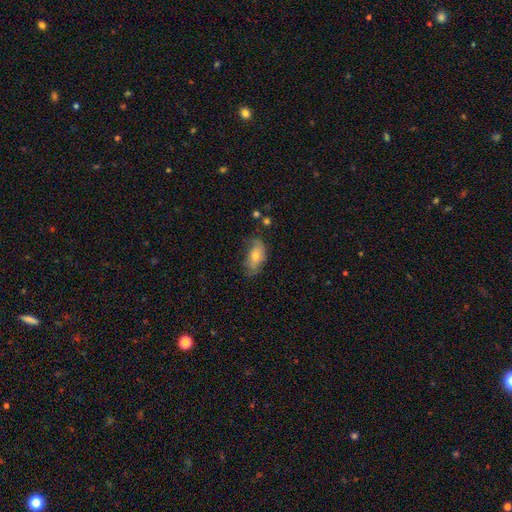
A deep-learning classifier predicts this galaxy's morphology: smooth-or-featured: smooth: 62% | featured or disk: 30% | star or artifact: 8%
  how-rounded: in between: 87% | cigar-shaped: 8% | round: 5%
  merging: none: 57% | minor disturbance: 30% | major disturbance: 10% | merger: 3%